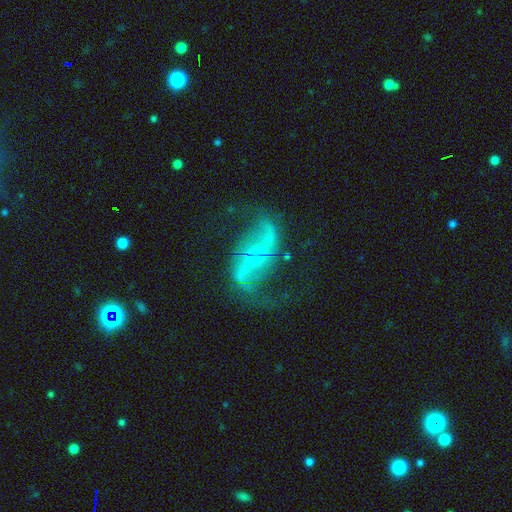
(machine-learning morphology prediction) This is clearly a featured or disk galaxy (90%). It is clearly not viewed edge-on (96%). Bar: possibly strong (47%). Spiral arm pattern: clearly yes (96%). Spiral arm count: clearly 2 (94%). Spiral winding: likely loose (78%). Central bulge: likely small (72%). Merging: likely none (73%).